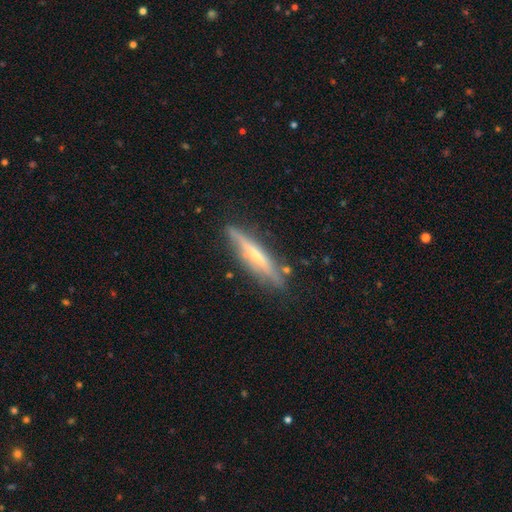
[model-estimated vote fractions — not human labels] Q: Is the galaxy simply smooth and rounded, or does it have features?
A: featured or disk — 66%.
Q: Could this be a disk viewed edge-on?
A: yes — 93%.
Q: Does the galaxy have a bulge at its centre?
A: rounded — 45%.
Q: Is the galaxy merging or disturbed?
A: none — 81%.